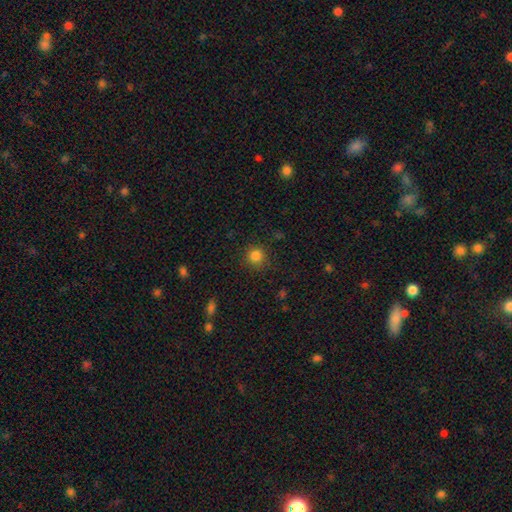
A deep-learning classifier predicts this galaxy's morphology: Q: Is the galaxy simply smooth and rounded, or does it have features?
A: smooth — 83%.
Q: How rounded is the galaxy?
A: round — 93%.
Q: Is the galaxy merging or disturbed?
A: none — 87%.